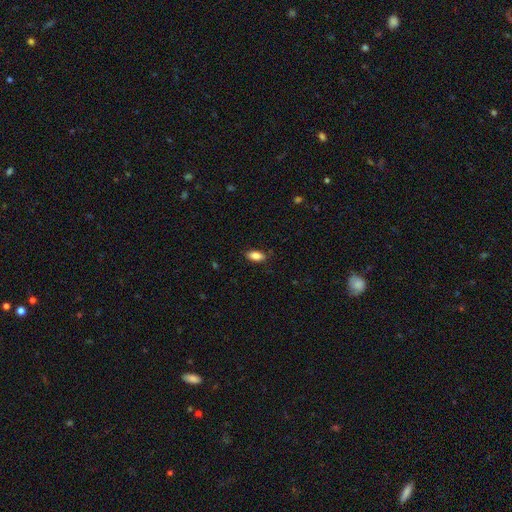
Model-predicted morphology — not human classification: The model was most divided on "merging": none: 85%, minor disturbance: 11%, major disturbance: 2%, merger: 1%. More confident: how rounded — in between (89%); smooth or featured — smooth (86%).